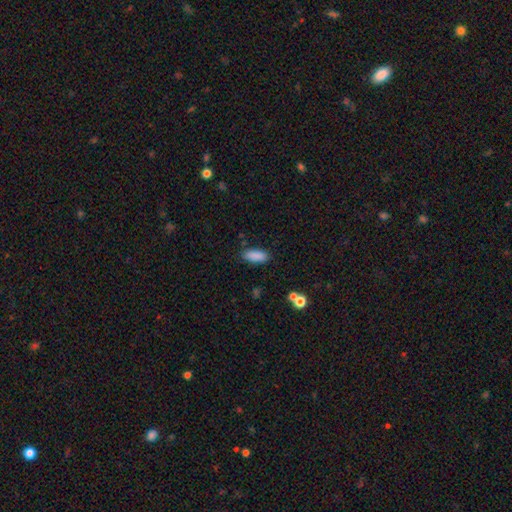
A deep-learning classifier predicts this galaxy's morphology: Smooth or featured: smooth — 88% (star or artifact — 8%)
How rounded: in between — 72% (cigar-shaped — 26%)
Merging: none — 84% (minor disturbance — 11%)